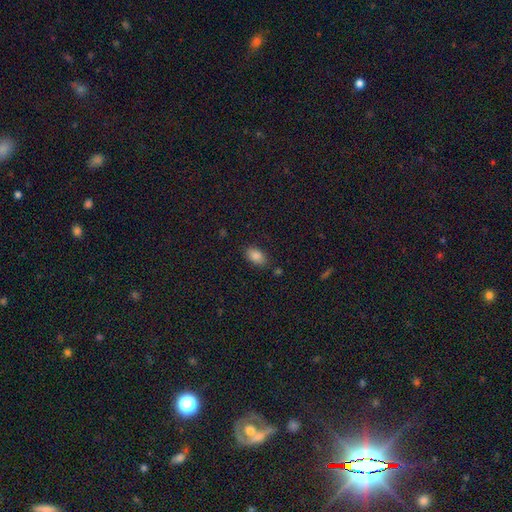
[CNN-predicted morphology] Q: Smooth or featured?
A: smooth (84%); runner-up: star or artifact (11%)
Q: How rounded?
A: in between (91%); runner-up: round (6%)
Q: Merging?
A: none (81%); runner-up: minor disturbance (12%)